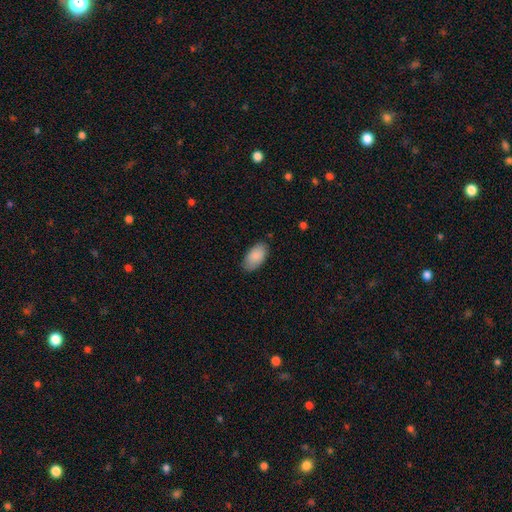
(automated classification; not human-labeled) A smooth galaxy with no disk features (88%) that is in between round and cigar-shaped (95%).

Vote fractions:
- Smooth or featured? smooth: 88% / star or artifact: 6% / featured or disk: 5%
- How rounded? in between: 95% / round: 3% / cigar-shaped: 2%
- Merging? none: 82% / minor disturbance: 14% / major disturbance: 3% / merger: 1%